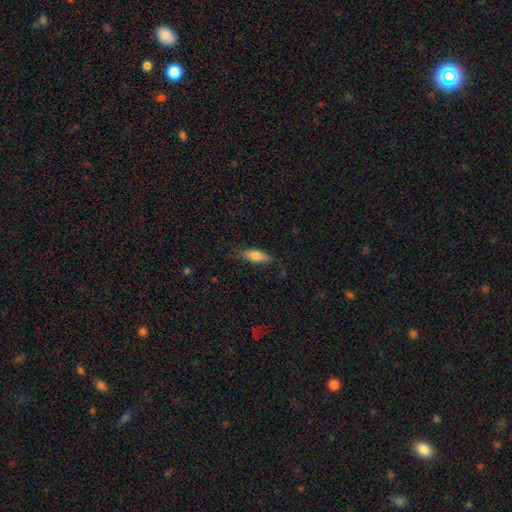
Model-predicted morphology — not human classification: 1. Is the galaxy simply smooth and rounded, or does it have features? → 75% smooth, 19% featured or disk, 6% star or artifact.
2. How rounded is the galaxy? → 69% in between, 29% cigar-shaped, 2% round.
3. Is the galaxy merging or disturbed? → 76% none, 19% minor disturbance, 4% major disturbance, 1% merger.